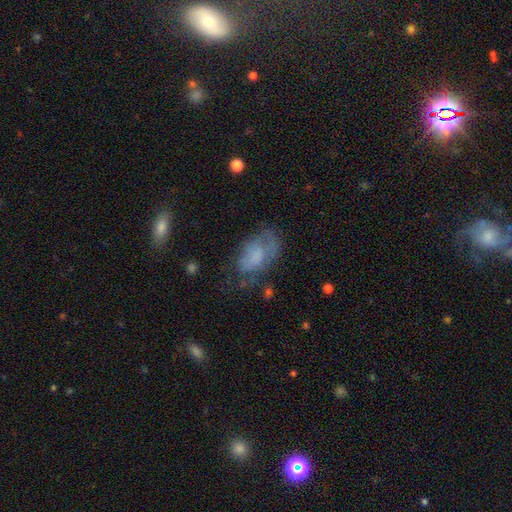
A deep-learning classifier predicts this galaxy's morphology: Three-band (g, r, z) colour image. It shows a smooth galaxy with no disk features (57%) that is in between round and cigar-shaped (90%). Merging: none (42%).